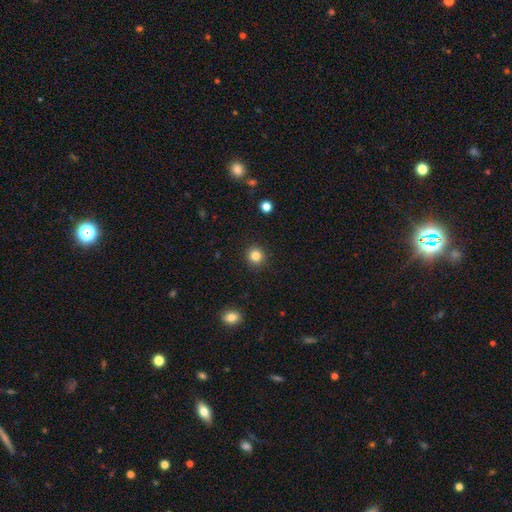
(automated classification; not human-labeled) The model was most divided on "smooth or featured": smooth: 83%, star or artifact: 12%, featured or disk: 5%. More confident: merging — none (91%); how rounded — round (90%).